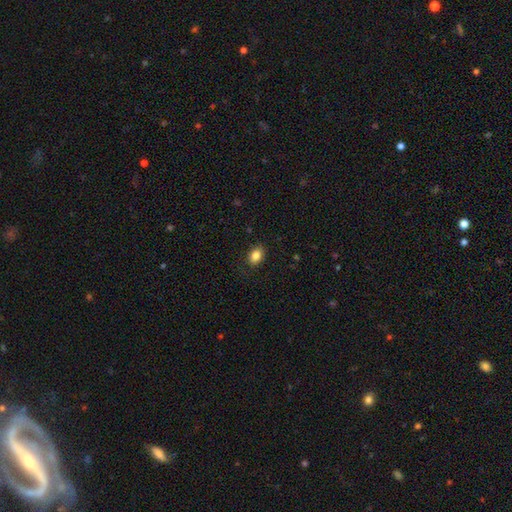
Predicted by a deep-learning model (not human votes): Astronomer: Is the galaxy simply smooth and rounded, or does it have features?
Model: smooth — 85%.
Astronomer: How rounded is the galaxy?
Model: in between — 75%.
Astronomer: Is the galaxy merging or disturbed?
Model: none — 86%.